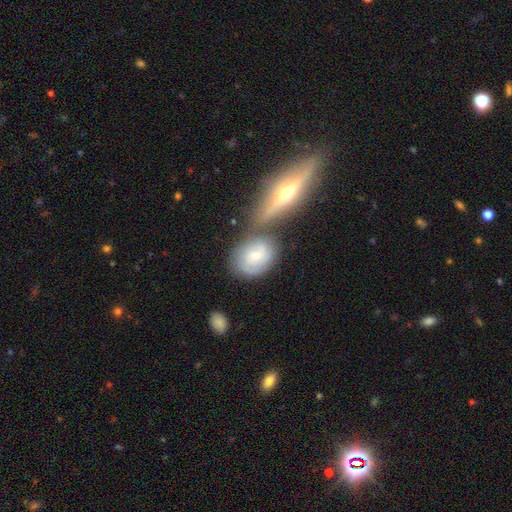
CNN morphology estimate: Smooth or featured? Predicted: featured or disk (p=0.53). Edge-on disk? Predicted: no (p=0.92). Merging? Predicted: none (p=0.51).